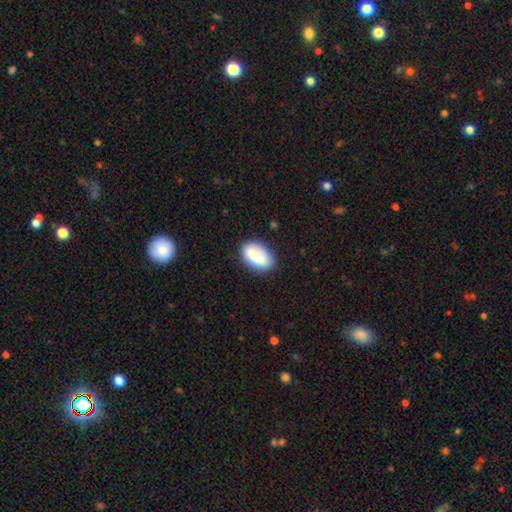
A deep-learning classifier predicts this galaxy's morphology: Smooth or featured?
  - smooth: 78% *
  - featured or disk: 15%
  - star or artifact: 7%
How rounded?
  - in between: 92% *
  - round: 6%
  - cigar-shaped: 2%
Merging?
  - none: 76% *
  - minor disturbance: 17%
  - major disturbance: 4%
  - merger: 3%